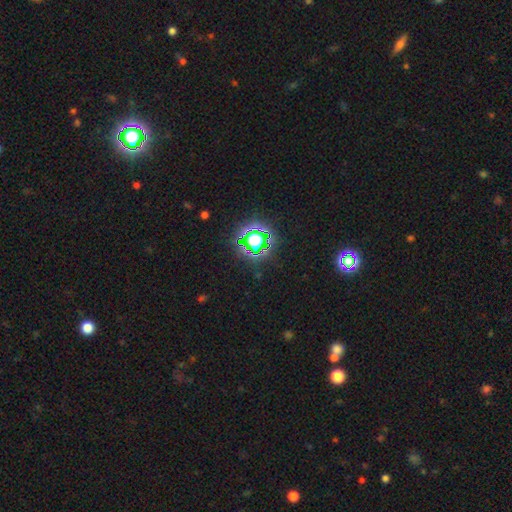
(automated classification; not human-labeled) star or artifact 74%, smooth 18%, featured or disk 8%.